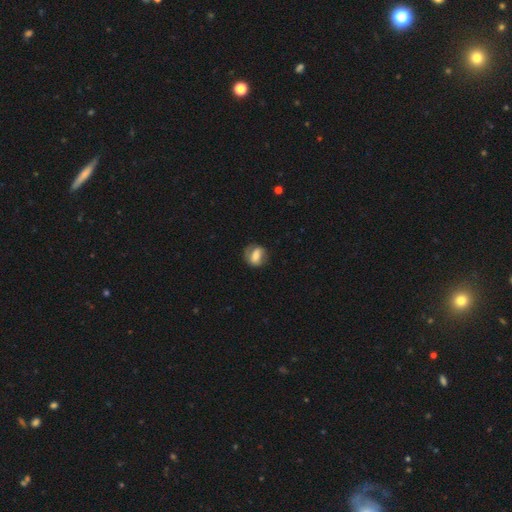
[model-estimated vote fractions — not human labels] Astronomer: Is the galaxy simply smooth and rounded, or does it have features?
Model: smooth — 53% (runner-up: featured or disk, 39%).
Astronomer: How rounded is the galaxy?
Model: in between — 51% (runner-up: round, 45%).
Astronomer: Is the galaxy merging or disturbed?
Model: none — 69%.